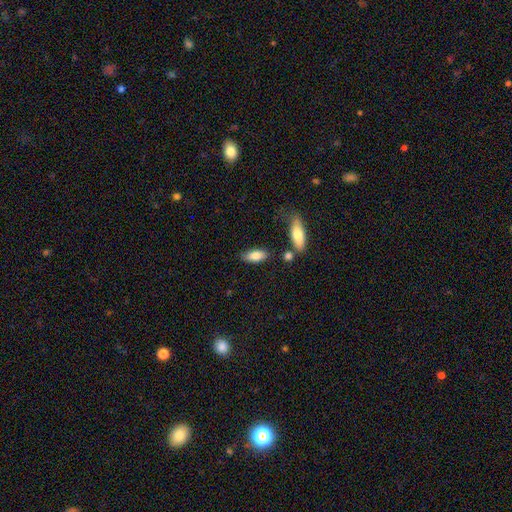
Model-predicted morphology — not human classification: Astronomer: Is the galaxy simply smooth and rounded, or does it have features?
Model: smooth — 81%.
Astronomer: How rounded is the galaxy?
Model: in between — 81%.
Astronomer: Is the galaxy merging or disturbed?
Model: none — 74%.